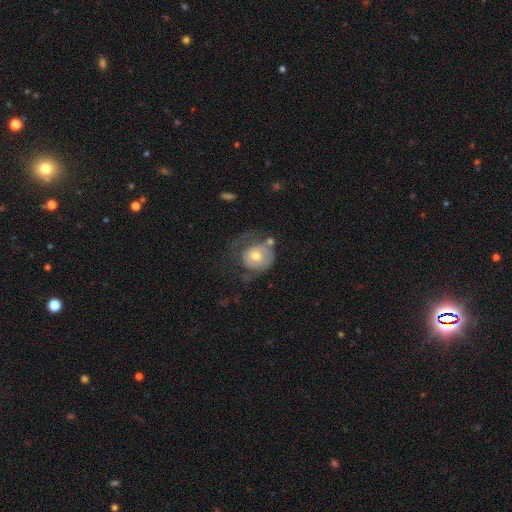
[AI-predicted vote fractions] A featured or disk galaxy (46%, tied with smooth). Merging: major disturbance (40%).